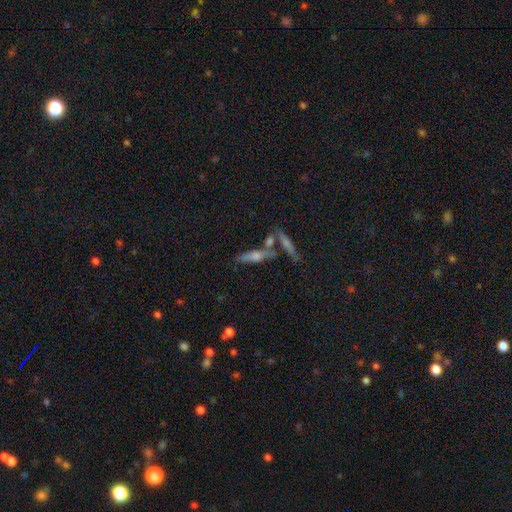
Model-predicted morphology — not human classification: Smooth or featured? featured or disk (47%)
Merging? none (56%)